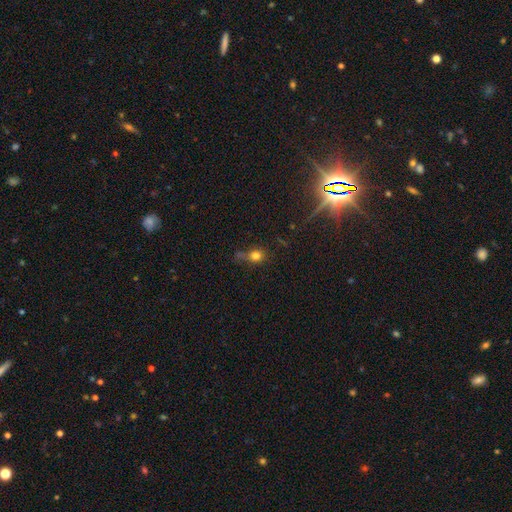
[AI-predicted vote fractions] Smooth or featured?
  - smooth: 72% *
  - star or artifact: 18%
  - featured or disk: 10%
How rounded?
  - round: 70% *
  - in between: 27%
  - cigar-shaped: 3%
Merging?
  - none: 52% *
  - minor disturbance: 23%
  - major disturbance: 14%
  - merger: 10%